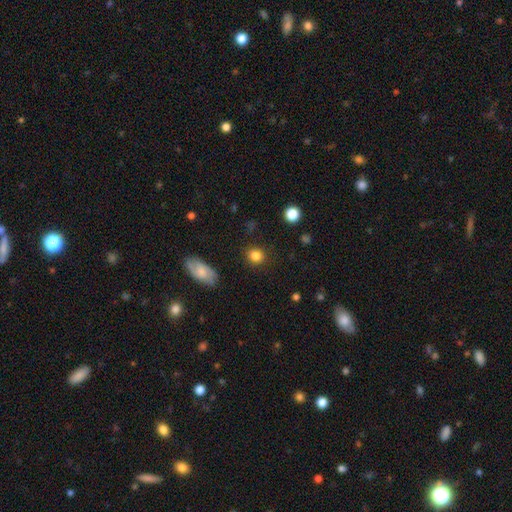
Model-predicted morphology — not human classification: This appears to be a smooth galaxy with no disk features (84%) that is round (81%). Merging: none (87%).